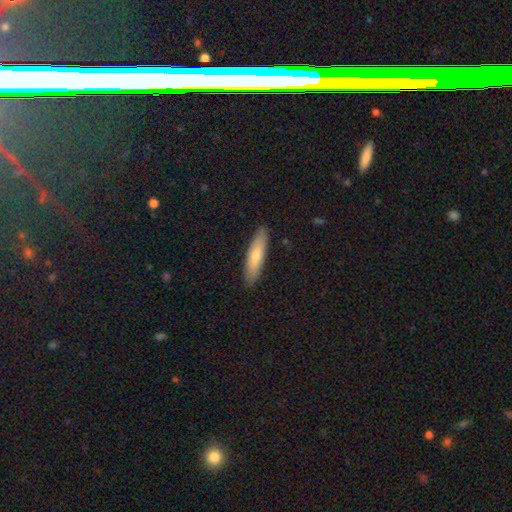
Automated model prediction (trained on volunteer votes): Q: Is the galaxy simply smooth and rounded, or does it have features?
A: smooth — 72%.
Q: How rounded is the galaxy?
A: cigar-shaped — 72%.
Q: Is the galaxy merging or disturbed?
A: none — 88%.